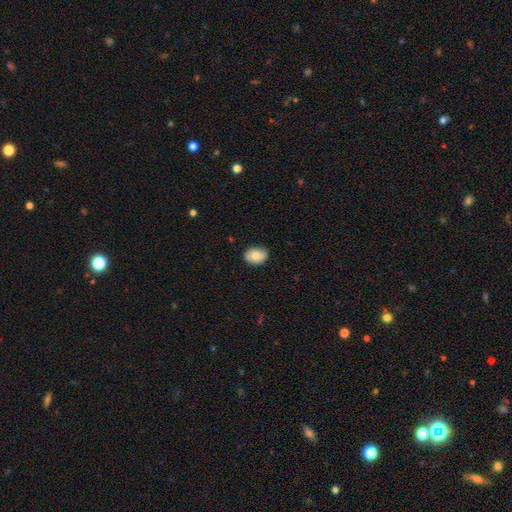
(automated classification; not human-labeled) Smooth or featured? smooth (82%)
How rounded? in between (72%)
Merging? none (85%)